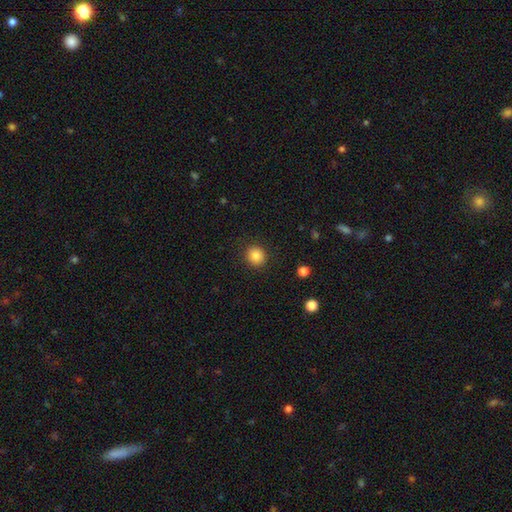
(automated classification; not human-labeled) A smooth galaxy with no disk features (84%) that is round (86%).

Vote fractions:
- Smooth or featured? smooth: 84% / star or artifact: 10% / featured or disk: 6%
- How rounded? round: 86% / in between: 13% / cigar-shaped: 1%
- Merging? none: 90% / minor disturbance: 7% / major disturbance: 2% / merger: 1%